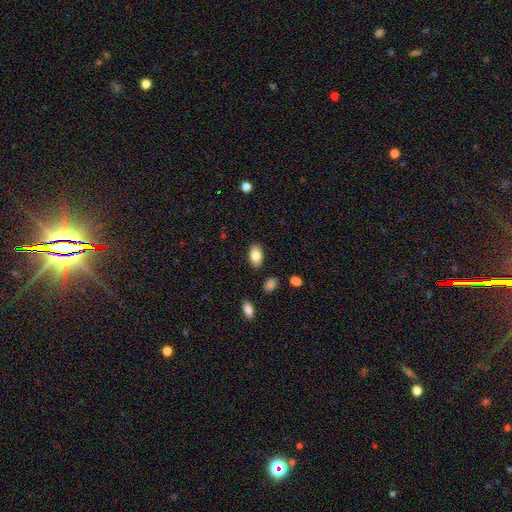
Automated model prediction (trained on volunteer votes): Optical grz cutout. It shows a smooth galaxy with no disk features (82%) that is in between round and cigar-shaped (92%). Merging: none (87%).